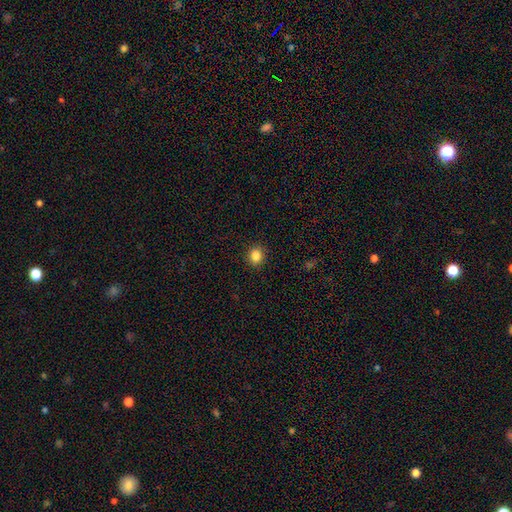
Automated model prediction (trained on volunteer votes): smooth_or_featured: smooth (p=0.85) [alt: star or artifact p=0.10]
how_rounded: round (p=0.71) [alt: in between p=0.28]
merging: none (p=0.90) [alt: minor disturbance p=0.07]